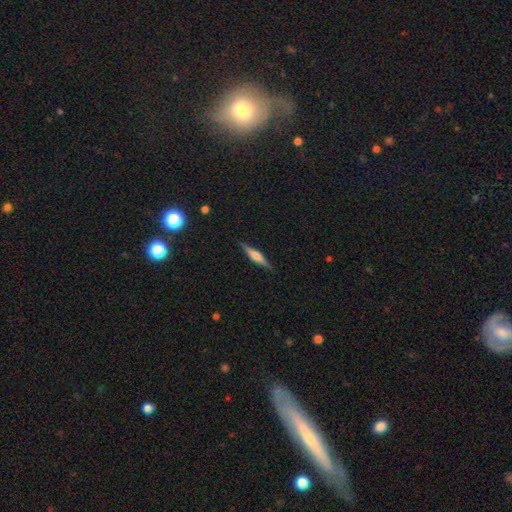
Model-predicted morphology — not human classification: featured or disk 60%, smooth 34%, star or artifact 7%. Down the decision tree: edge-on disk — yes (97%); edge-on bulge — rounded (67%); merging — none (89%).